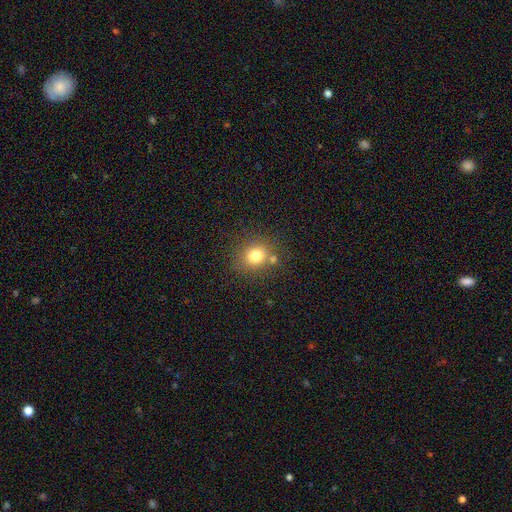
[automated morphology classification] Overall: smooth (77%). How rounded: round (78%). Merging: none (71%).